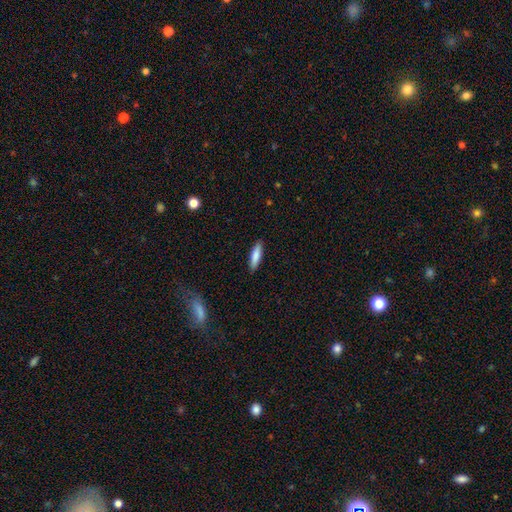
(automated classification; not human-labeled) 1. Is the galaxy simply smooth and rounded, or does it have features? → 83% smooth, 11% featured or disk, 6% star or artifact.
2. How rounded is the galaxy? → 64% cigar-shaped, 35% in between, 1% round.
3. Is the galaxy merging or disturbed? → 89% none, 8% minor disturbance, 2% major disturbance, 1% merger.